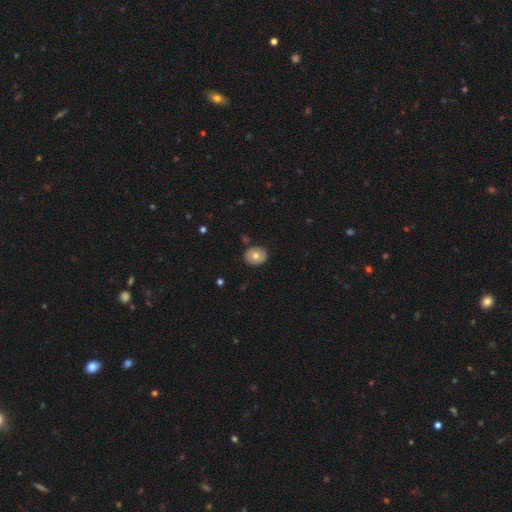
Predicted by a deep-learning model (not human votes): Morphology: type=smooth (71%); roundness=round (59%); merging=none (86%).